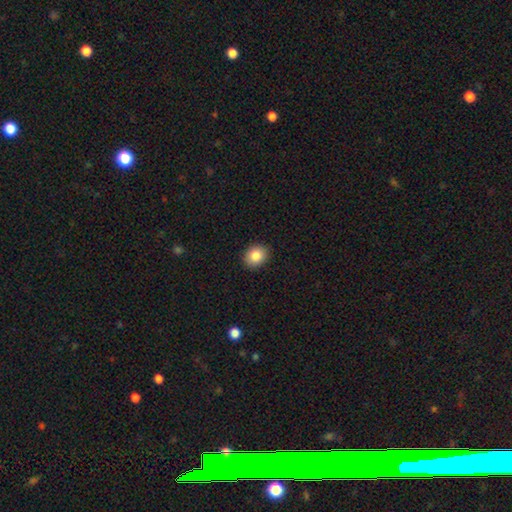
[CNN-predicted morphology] The model was most divided on "how rounded": round: 63%, in between: 36%, cigar-shaped: 1%. More confident: merging — none (90%); smooth or featured — smooth (85%).